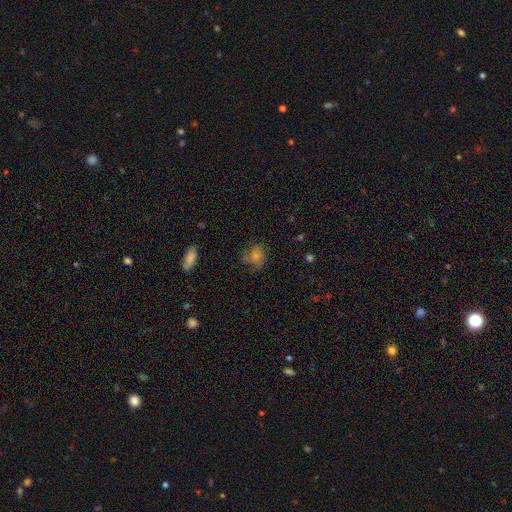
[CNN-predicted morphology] A featured or disk galaxy (54%) with no bar (73%), spiral arms (86%) and a moderate central bulge (44%). Merging: none (68%).